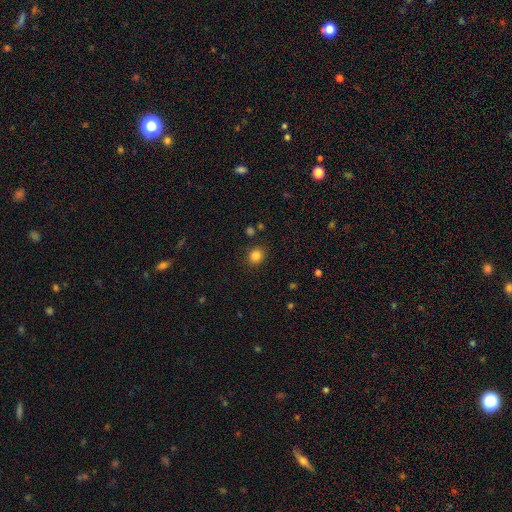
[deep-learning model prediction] Smooth or featured? smooth (85%)
How rounded? round (83%)
Merging? none (87%)